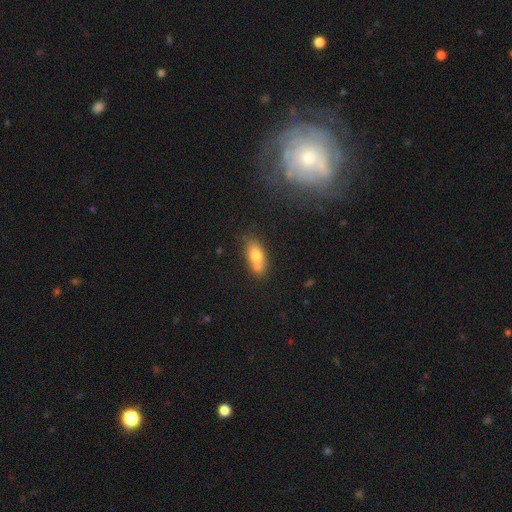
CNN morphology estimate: This is likely a smooth galaxy (70%). How rounded: clearly in between (81%). Merging: marginally none (44%).